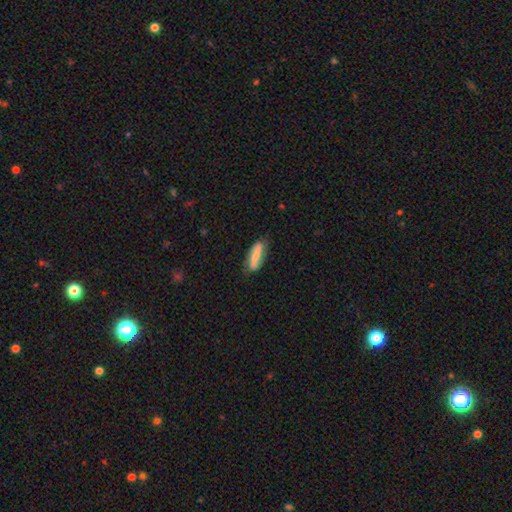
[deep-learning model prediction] smooth 63%, featured or disk 31%, star or artifact 6%. Down the decision tree: how rounded — cigar-shaped (51%); merging — none (76%).